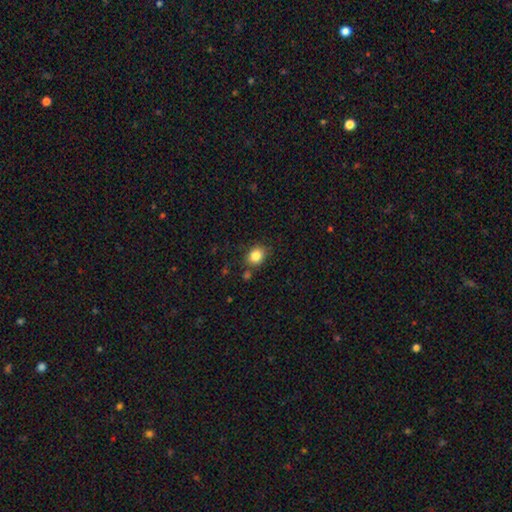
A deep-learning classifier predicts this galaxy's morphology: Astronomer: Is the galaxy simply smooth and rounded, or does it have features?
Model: smooth — 84%.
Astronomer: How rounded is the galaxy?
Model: round — 59% (runner-up: in between, 40%).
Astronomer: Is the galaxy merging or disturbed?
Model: none — 76%.